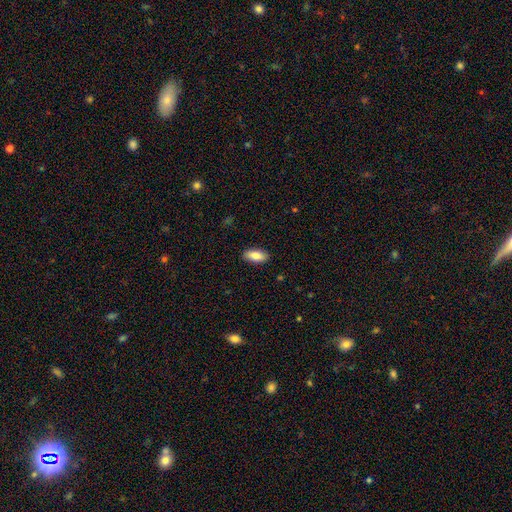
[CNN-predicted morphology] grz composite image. It shows a smooth galaxy with no disk features (84%) that is in between round and cigar-shaped (89%). Merging: none (88%).